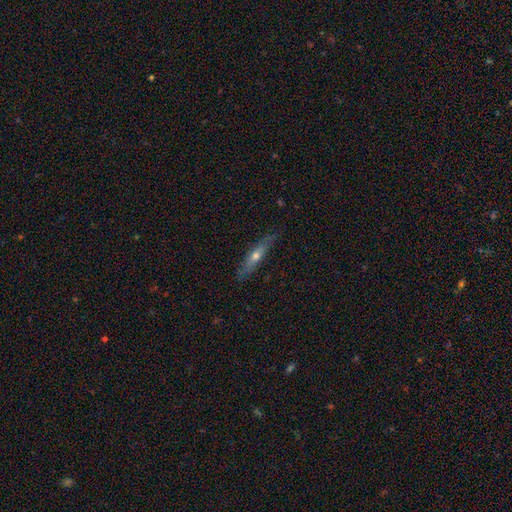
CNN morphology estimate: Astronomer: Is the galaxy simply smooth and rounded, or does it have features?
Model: featured or disk — 58% (runner-up: smooth, 35%).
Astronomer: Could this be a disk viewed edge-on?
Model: yes — 84%.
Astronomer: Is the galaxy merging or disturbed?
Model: none — 84%.